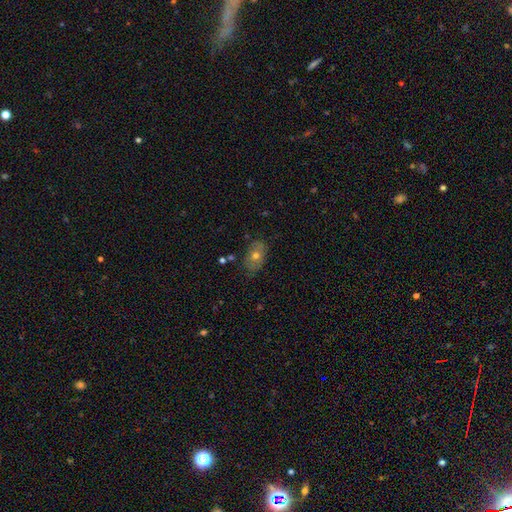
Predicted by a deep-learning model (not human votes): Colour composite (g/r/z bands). It shows a smooth galaxy with no disk features (54%) that is in between round and cigar-shaped (83%). Merging: none (73%).